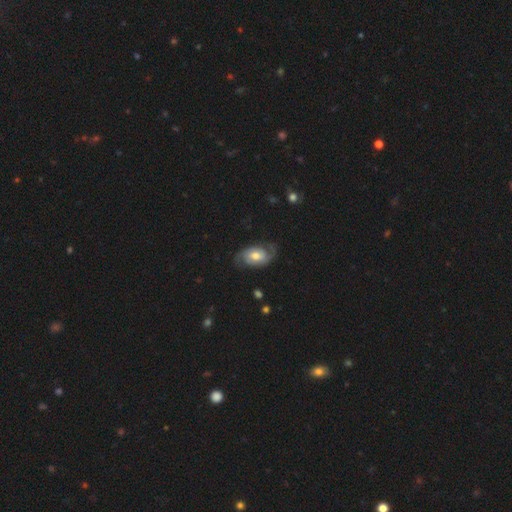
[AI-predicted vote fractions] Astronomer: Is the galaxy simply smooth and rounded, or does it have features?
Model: featured or disk — 71%.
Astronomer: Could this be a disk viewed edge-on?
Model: no — 96%.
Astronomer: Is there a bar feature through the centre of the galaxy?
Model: no — 53% (runner-up: weak, 37%).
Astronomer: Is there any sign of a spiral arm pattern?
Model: yes — 91%.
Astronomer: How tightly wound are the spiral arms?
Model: medium — 42% (runner-up: tight, 33%).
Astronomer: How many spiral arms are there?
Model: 2 — 82%.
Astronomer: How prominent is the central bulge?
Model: moderate — 65%.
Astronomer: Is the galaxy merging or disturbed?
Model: none — 69%.